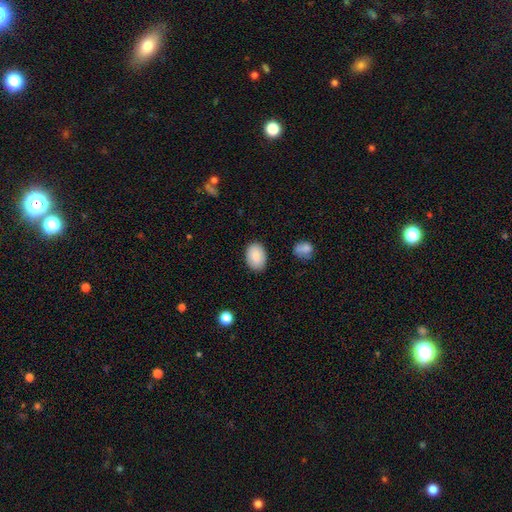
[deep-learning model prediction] Smooth or featured? smooth (86%)
How rounded? in between (84%)
Merging? none (85%)